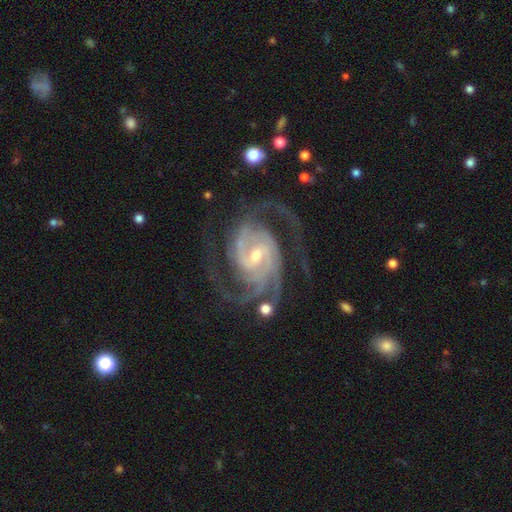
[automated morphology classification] smooth_or_featured: featured or disk (p=0.93) [alt: star or artifact p=0.04]
disk_edge_on: no (p=0.98) [alt: yes p=0.02]
bar: weak (p=0.45) [alt: no p=0.34]
has_spiral_arms: yes (p=0.99) [alt: no p=0.01]
spiral_winding: tight (p=0.52) [alt: medium p=0.41]
spiral_arm_count: 3 (p=0.32) [alt: 2 p=0.26]
bulge_size: small (p=0.58) [alt: moderate p=0.38]
merging: none (p=0.69) [alt: minor disturbance p=0.15]